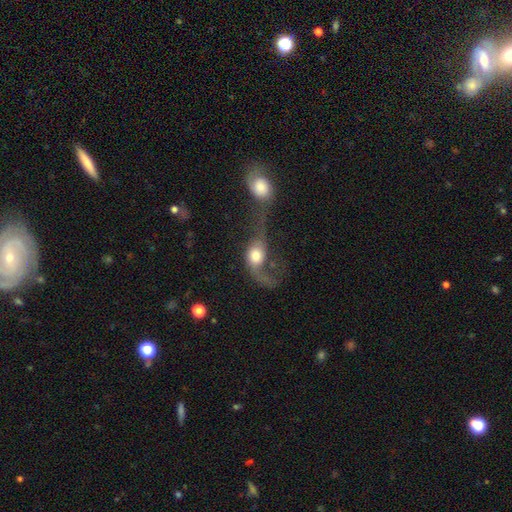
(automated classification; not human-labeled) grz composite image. It shows a featured or disk galaxy (46%, tied with smooth). Merging: merger (45%).